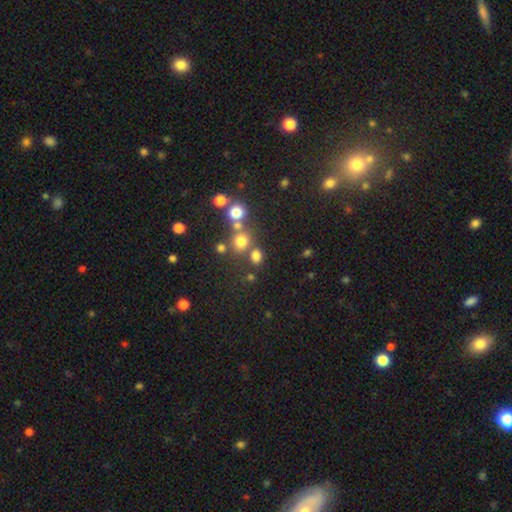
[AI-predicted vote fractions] Q: Smooth or featured?
A: smooth (72%); runner-up: star or artifact (20%)
Q: How rounded?
A: round (71%); runner-up: in between (28%)
Q: Merging?
A: none (66%); runner-up: merger (19%)